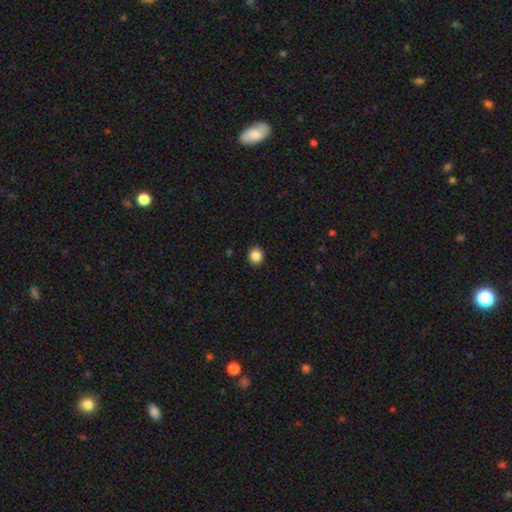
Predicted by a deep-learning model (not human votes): The model was most divided on "how rounded": round: 84%, in between: 15%, cigar-shaped: 1%. More confident: merging — none (92%); smooth or featured — smooth (87%).